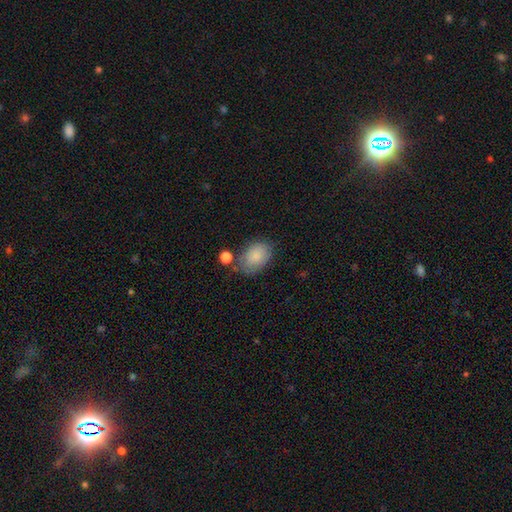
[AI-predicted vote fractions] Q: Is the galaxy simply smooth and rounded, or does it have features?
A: smooth — 83%.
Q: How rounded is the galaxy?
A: in between — 83%.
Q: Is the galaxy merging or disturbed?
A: none — 63%.